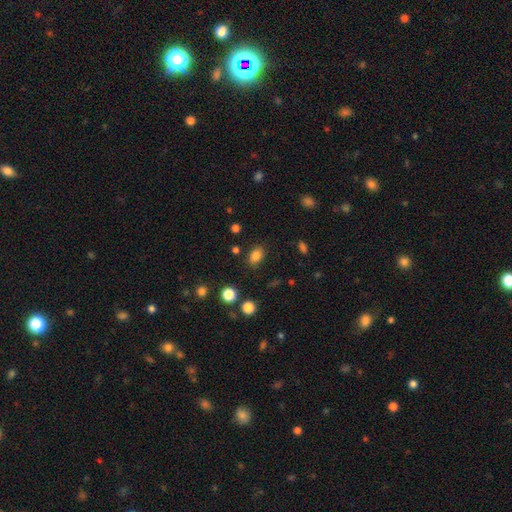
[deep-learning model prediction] Q: Smooth or featured?
A: smooth (82%); runner-up: star or artifact (12%)
Q: How rounded?
A: in between (80%); runner-up: round (19%)
Q: Merging?
A: none (82%); runner-up: minor disturbance (12%)